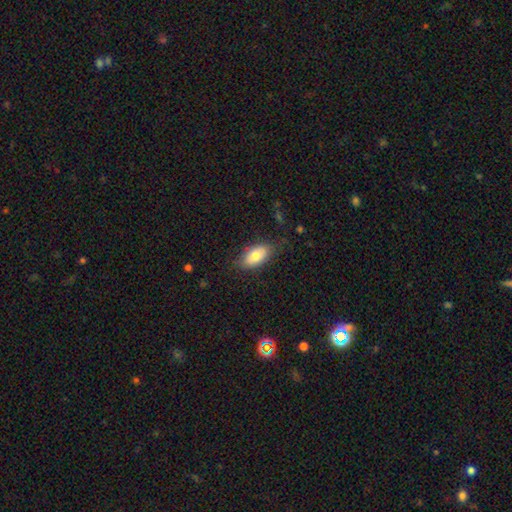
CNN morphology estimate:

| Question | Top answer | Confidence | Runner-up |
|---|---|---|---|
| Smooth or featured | smooth | 78% | featured or disk (16%) |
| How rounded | in between | 92% | cigar-shaped (4%) |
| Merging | none | 77% | minor disturbance (17%) |